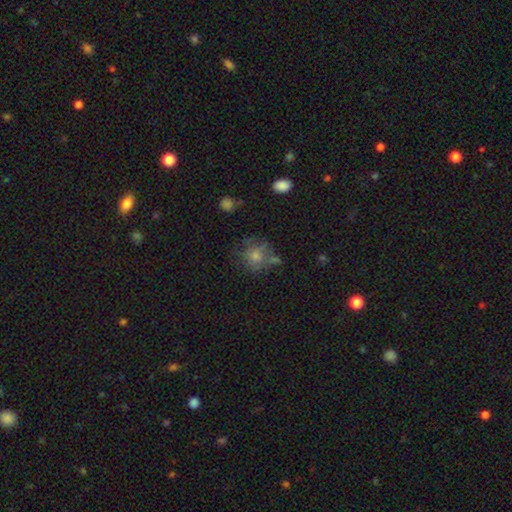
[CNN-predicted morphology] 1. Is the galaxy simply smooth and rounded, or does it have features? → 65% smooth, 20% featured or disk, 15% star or artifact.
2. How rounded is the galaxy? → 84% round, 15% in between, 1% cigar-shaped.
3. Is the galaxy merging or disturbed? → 60% none, 20% minor disturbance, 11% merger, 10% major disturbance.